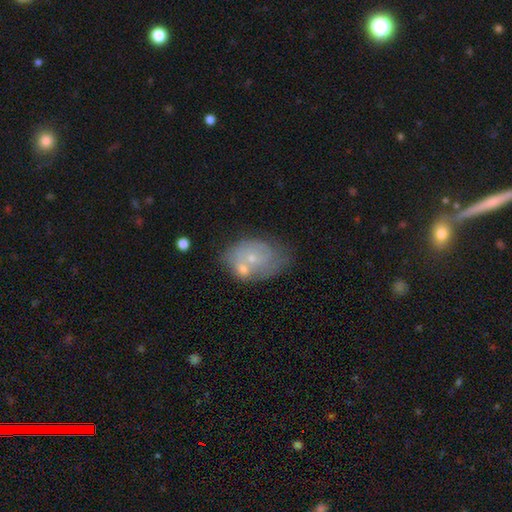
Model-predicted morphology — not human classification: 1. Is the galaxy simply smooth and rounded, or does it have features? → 53% featured or disk, 39% smooth, 8% star or artifact.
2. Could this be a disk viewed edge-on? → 97% no, 3% yes.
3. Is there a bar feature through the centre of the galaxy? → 83% no, 15% weak, 2% strong.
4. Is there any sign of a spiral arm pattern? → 52% yes, 48% no.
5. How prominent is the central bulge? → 67% small, 25% moderate, 5% none, 2% large, 1% dominant.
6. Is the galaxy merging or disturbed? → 33% merger, 32% none, 22% minor disturbance, 13% major disturbance.